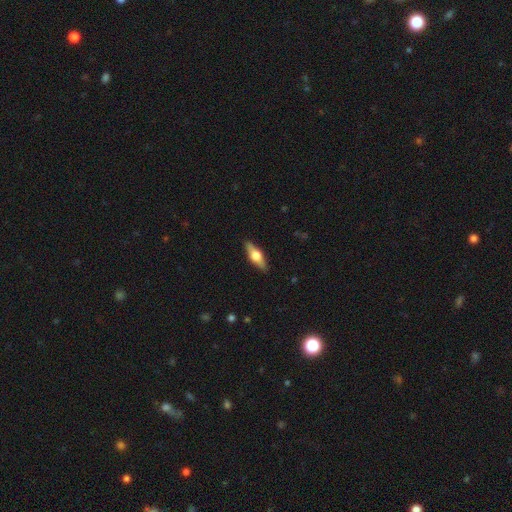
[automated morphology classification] Overall: featured or disk (55%; smooth 40%). Edge-on disk: yes (93%). Edge-on bulge: rounded (94%). Merging: none (89%).